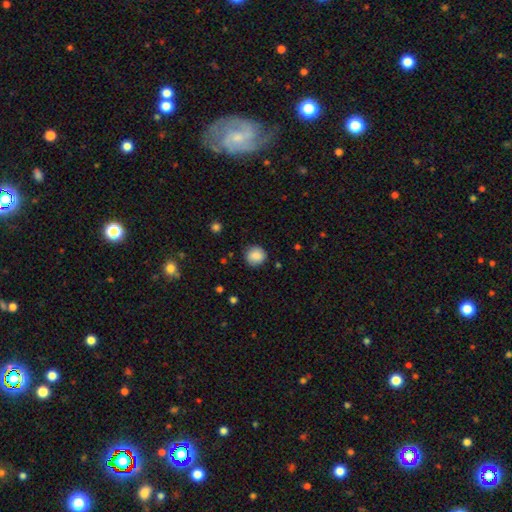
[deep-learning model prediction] The model was most divided on "merging": none: 86%, minor disturbance: 10%, major disturbance: 3%, merger: 1%. More confident: how rounded — round (90%); smooth or featured — smooth (88%).